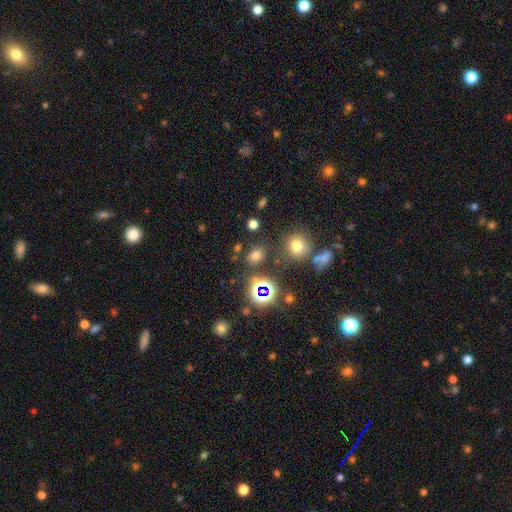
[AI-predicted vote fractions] This is likely a smooth galaxy (62%). How rounded: possibly in between (53%). Merging: likely none (77%).